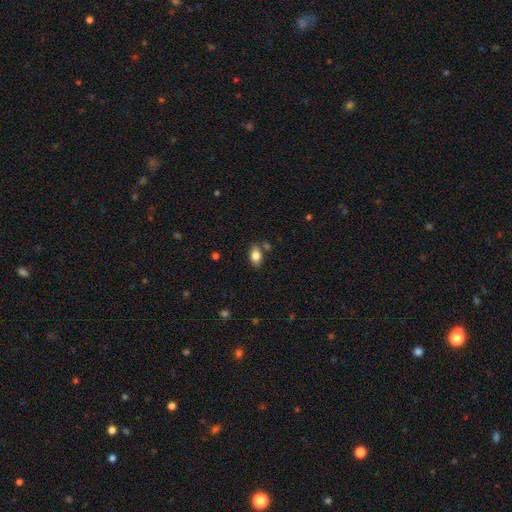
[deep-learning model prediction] Smooth or featured?
  - smooth: 82% *
  - featured or disk: 9%
  - star or artifact: 8%
How rounded?
  - in between: 87% *
  - round: 10%
  - cigar-shaped: 3%
Merging?
  - none: 76% *
  - minor disturbance: 14%
  - merger: 7%
  - major disturbance: 3%